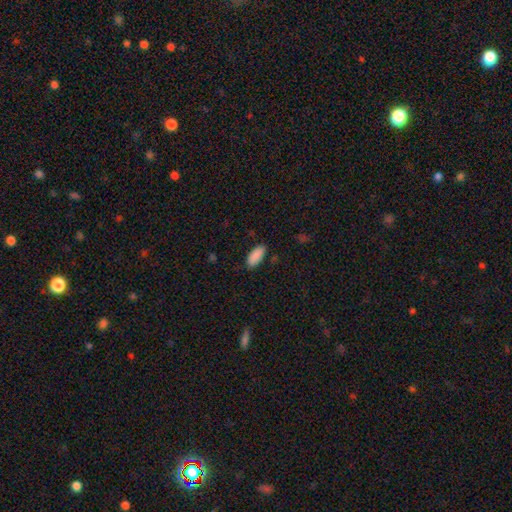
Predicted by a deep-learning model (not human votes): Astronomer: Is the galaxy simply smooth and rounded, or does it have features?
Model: smooth — 90%.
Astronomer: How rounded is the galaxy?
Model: in between — 88%.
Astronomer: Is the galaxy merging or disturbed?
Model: none — 86%.